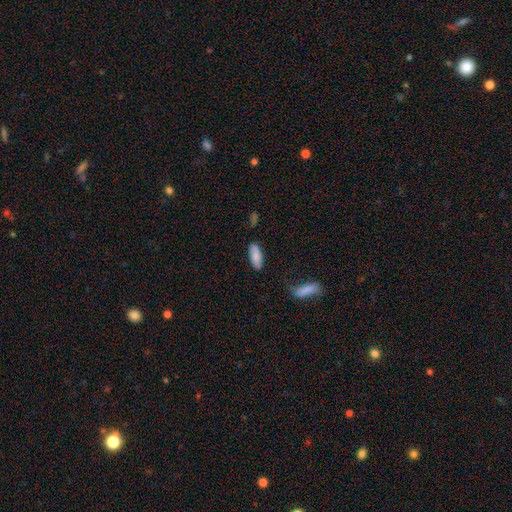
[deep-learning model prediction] Smooth or featured?
  - smooth: 84% *
  - featured or disk: 10%
  - star or artifact: 7%
How rounded?
  - in between: 73% *
  - cigar-shaped: 25%
  - round: 2%
Merging?
  - none: 78% *
  - minor disturbance: 15%
  - merger: 3%
  - major disturbance: 3%